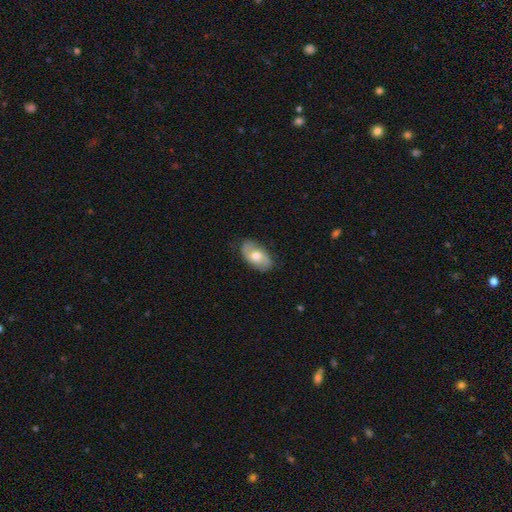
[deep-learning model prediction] This appears to be a smooth galaxy with no disk features (55%) that is in between round and cigar-shaped (91%). Merging: none (77%).